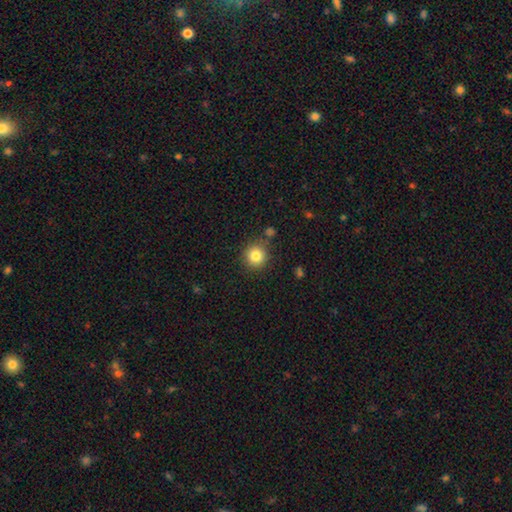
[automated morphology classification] Q: Smooth or featured?
A: smooth (83%); runner-up: star or artifact (11%)
Q: How rounded?
A: round (93%); runner-up: in between (6%)
Q: Merging?
A: none (84%); runner-up: minor disturbance (8%)